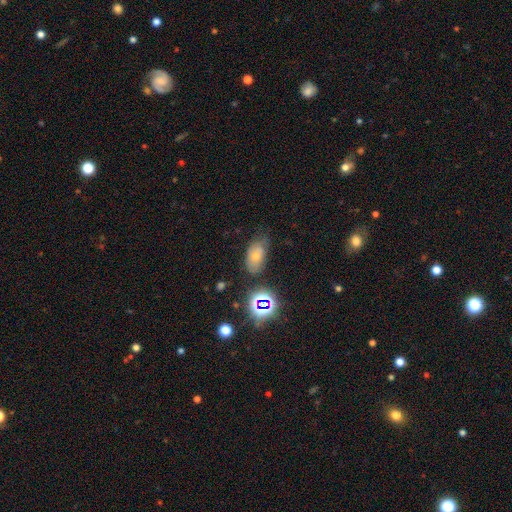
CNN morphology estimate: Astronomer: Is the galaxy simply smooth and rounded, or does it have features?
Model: smooth — 43% (runner-up: star or artifact, 34%).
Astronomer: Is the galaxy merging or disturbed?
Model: none — 66%.